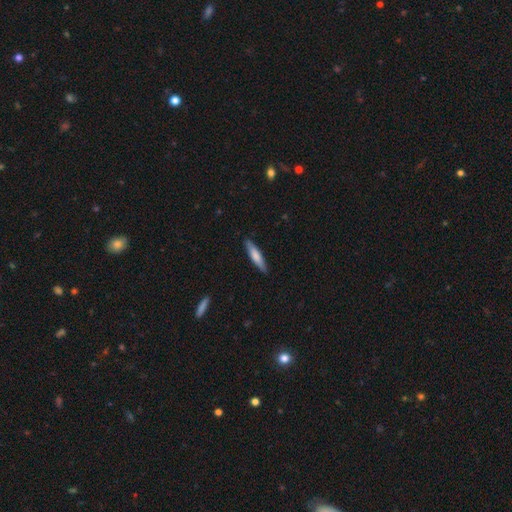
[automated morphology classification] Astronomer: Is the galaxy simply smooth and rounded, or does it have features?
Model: smooth — 69%.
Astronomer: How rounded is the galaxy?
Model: cigar-shaped — 84%.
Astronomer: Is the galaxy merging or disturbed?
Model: none — 88%.